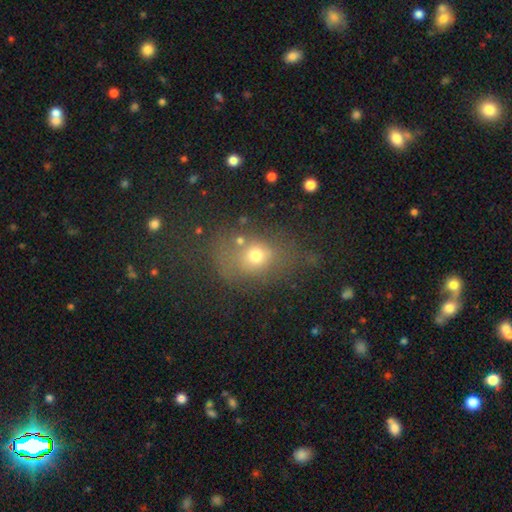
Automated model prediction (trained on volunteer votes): Overall: smooth (63%). How rounded: round (50%; in between 48%). Merging: none (47%; major disturbance 23%).